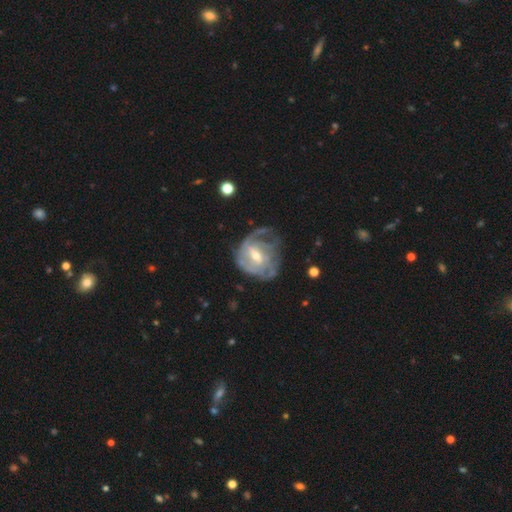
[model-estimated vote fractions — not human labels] Smooth or featured? Predicted: featured or disk (p=0.81). Edge-on disk? Predicted: no (p=0.97). Bar? Predicted: weak (p=0.55). Spiral arms? Predicted: yes (p=0.87). Spiral winding? Predicted: tight (p=0.50). Spiral arm count? Predicted: can't tell (p=0.41). Bulge size? Predicted: moderate (p=0.49). Merging? Predicted: none (p=0.44).